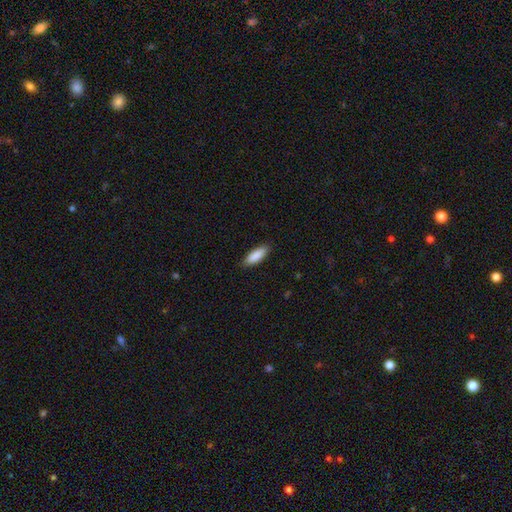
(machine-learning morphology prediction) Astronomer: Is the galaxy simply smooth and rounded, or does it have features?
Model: smooth — 89%.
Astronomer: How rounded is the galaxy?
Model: in between — 65%.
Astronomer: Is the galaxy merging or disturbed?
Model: none — 87%.